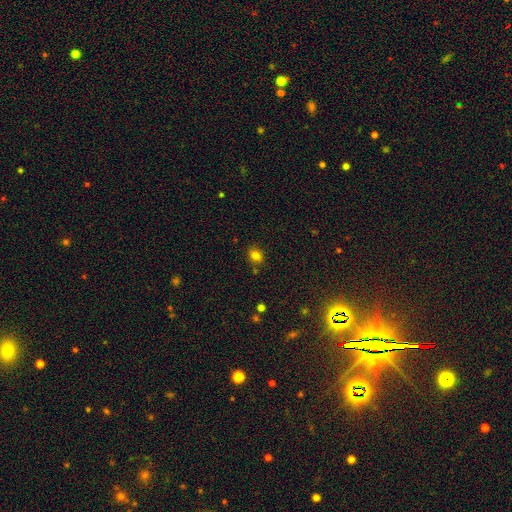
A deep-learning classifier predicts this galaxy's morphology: type=smooth (79%); roundness=round (53%); merging=none (80%).